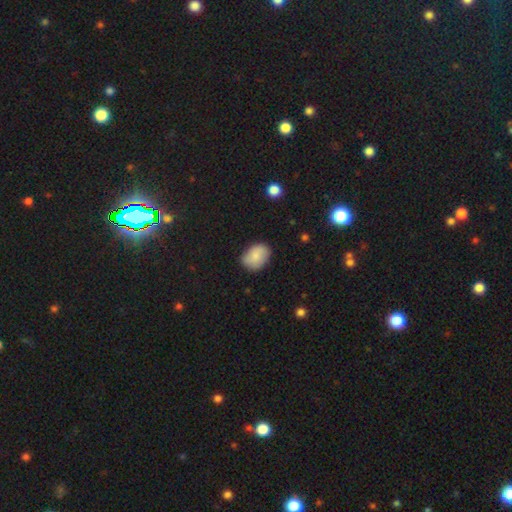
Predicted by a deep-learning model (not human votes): The model was most divided on "merging": none: 75%, minor disturbance: 20%, major disturbance: 4%, merger: 1%. More confident: smooth or featured — smooth (81%); how rounded — in between (78%).